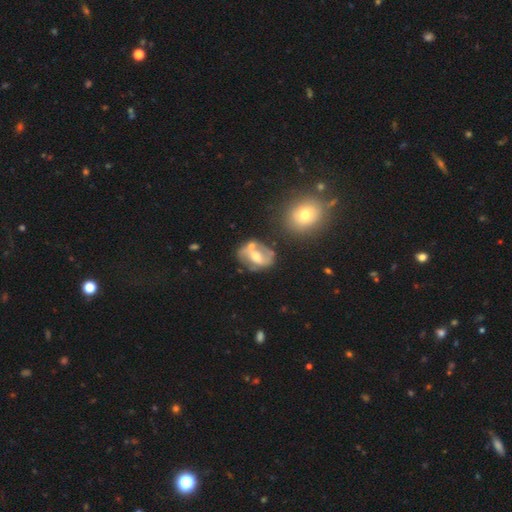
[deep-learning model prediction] Q: Smooth or featured?
A: featured or disk (68%); runner-up: smooth (25%)
Q: Edge-on disk?
A: no (96%); runner-up: yes (4%)
Q: Bar?
A: weak (40%); runner-up: no (39%)
Q: Spiral arms?
A: yes (66%); runner-up: no (34%)
Q: Bulge size?
A: moderate (62%); runner-up: small (25%)
Q: Merging?
A: none (52%); runner-up: minor disturbance (21%)